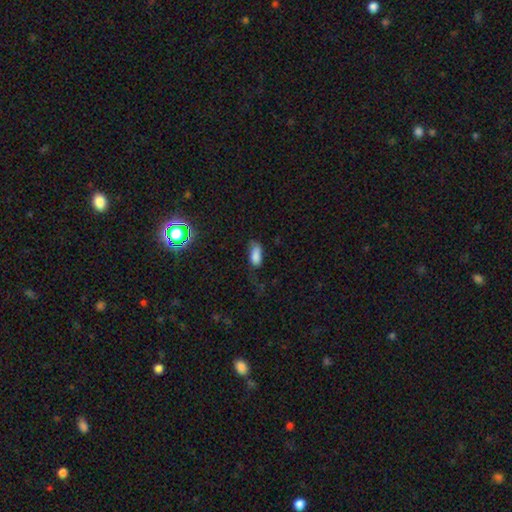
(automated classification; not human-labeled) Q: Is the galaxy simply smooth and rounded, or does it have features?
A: smooth — 78%.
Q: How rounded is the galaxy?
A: in between — 87%.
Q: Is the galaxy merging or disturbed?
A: none — 42%.